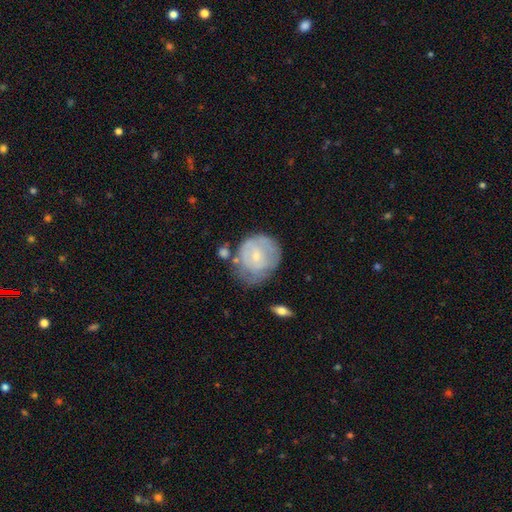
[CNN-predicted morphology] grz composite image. It shows a featured or disk galaxy (49%). Merging: none (49%).